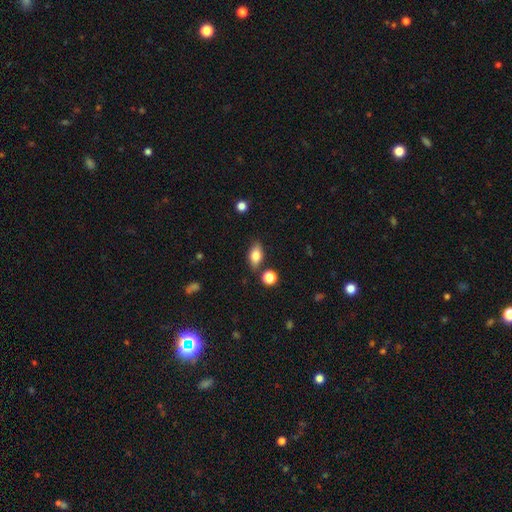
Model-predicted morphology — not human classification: type=smooth (74%); roundness=in between (83%); merging=none (79%).